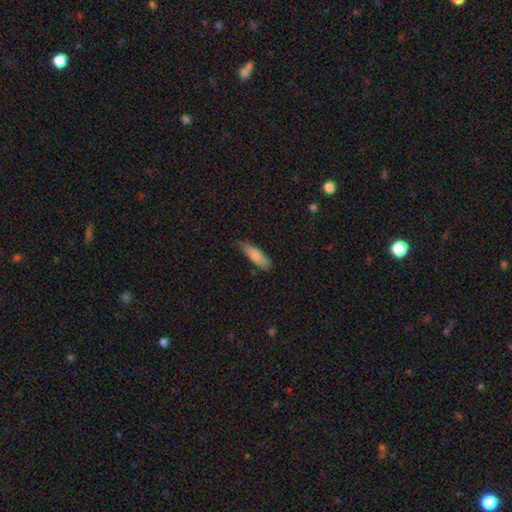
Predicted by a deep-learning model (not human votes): smooth 78%, featured or disk 16%, star or artifact 6%. Down the decision tree: how rounded — cigar-shaped (55%); merging — none (72%).